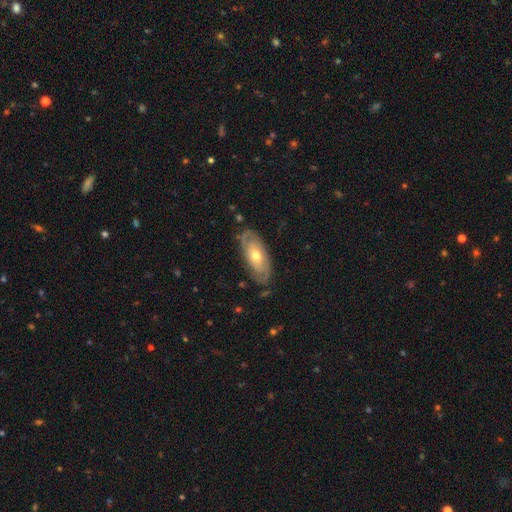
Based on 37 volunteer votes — featured or disk 70%, smooth 24%, star or artifact 5%. Down the decision tree: edge-on disk — no (92%); bar — no (83%); spiral arms — yes (62%); spiral arm count — 2 (73%); spiral winding — tight (73%); bulge size — moderate (92%); merging — none (91%).